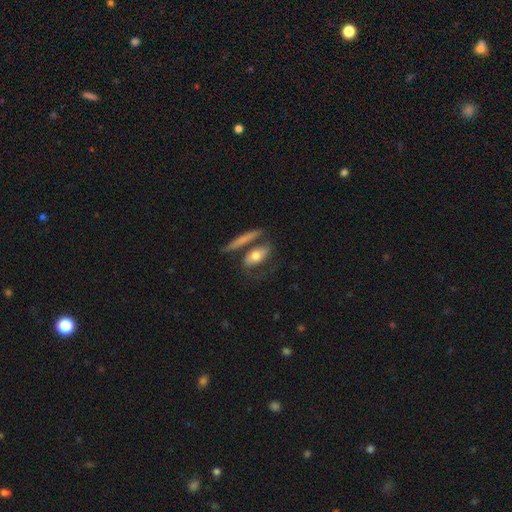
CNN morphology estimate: smooth 54%, featured or disk 39%, star or artifact 6%. Down the decision tree: how rounded — in between (59%); merging — none (49%).